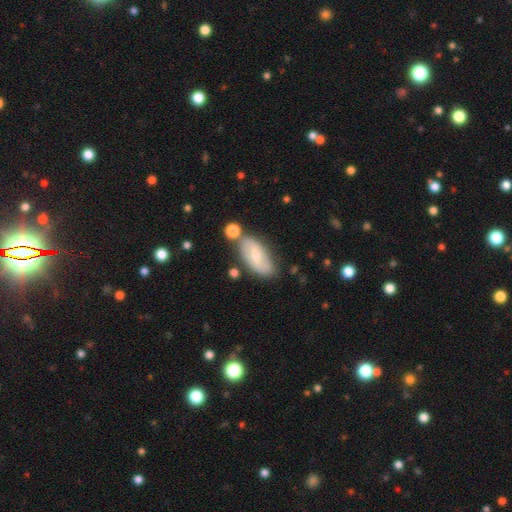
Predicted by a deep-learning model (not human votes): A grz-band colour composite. It shows a featured or disk galaxy (48%). Merging: none (69%).